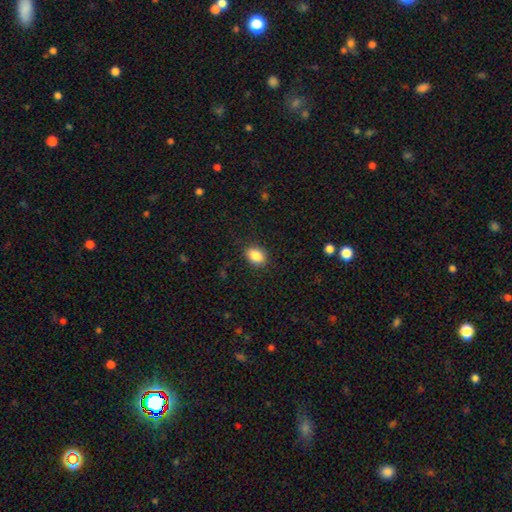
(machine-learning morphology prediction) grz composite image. It shows a smooth galaxy with no disk features (87%) that is in between round and cigar-shaped (71%). Merging: none (86%).